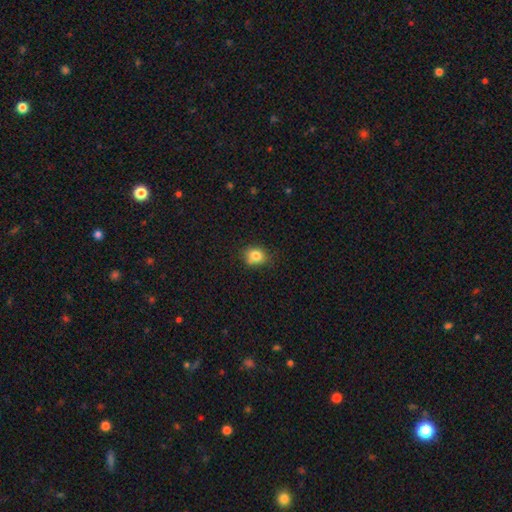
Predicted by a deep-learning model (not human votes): smooth 82%, star or artifact 11%, featured or disk 7%. Down the decision tree: how rounded — round (62%); merging — none (71%).